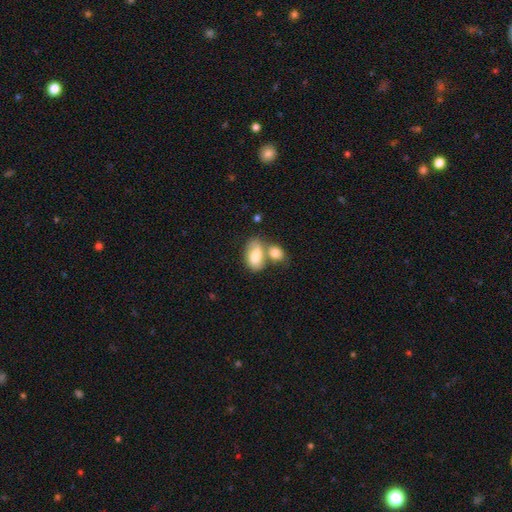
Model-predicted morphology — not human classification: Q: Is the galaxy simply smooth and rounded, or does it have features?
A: smooth — 75%.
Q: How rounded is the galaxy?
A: in between — 91%.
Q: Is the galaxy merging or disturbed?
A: merger — 48%.